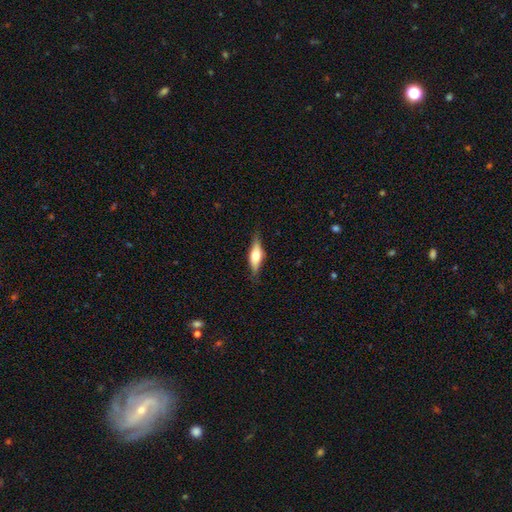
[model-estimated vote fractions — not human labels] smooth_or_featured: featured or disk (p=0.50) [alt: smooth p=0.44]
merging: none (p=0.81) [alt: minor disturbance p=0.14]